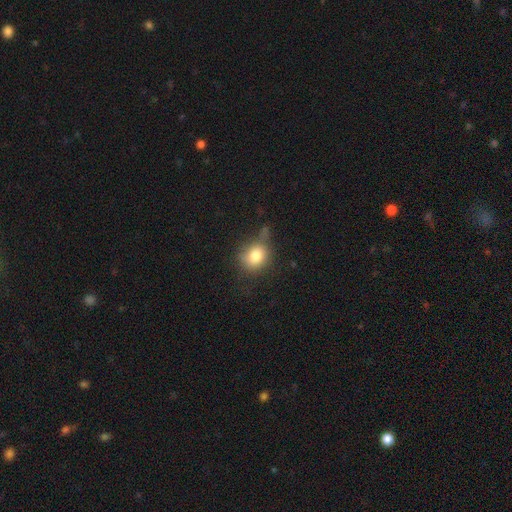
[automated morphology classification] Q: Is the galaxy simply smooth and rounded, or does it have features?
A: smooth — 80%.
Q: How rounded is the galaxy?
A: round — 68%.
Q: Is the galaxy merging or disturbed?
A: none — 54%.